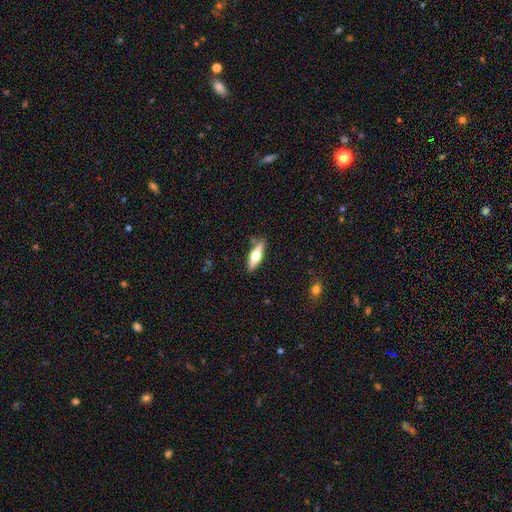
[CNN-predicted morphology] Smooth or featured? Predicted: featured or disk (p=0.52). Edge-on disk? Predicted: yes (p=0.92). Merging? Predicted: none (p=0.84).